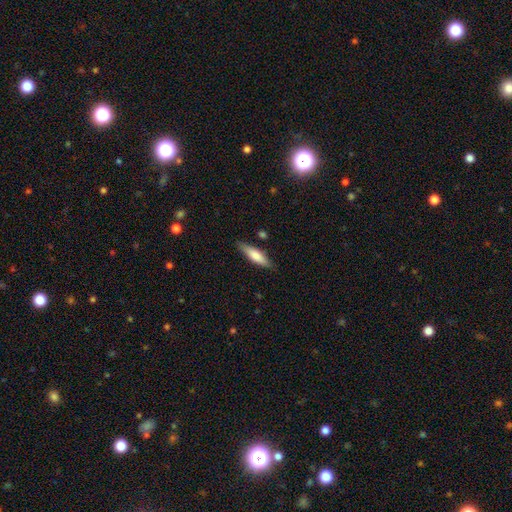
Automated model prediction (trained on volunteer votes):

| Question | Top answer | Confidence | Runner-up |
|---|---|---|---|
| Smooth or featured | smooth | 71% | featured or disk (24%) |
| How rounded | cigar-shaped | 66% | in between (32%) |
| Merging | none | 83% | minor disturbance (12%) |